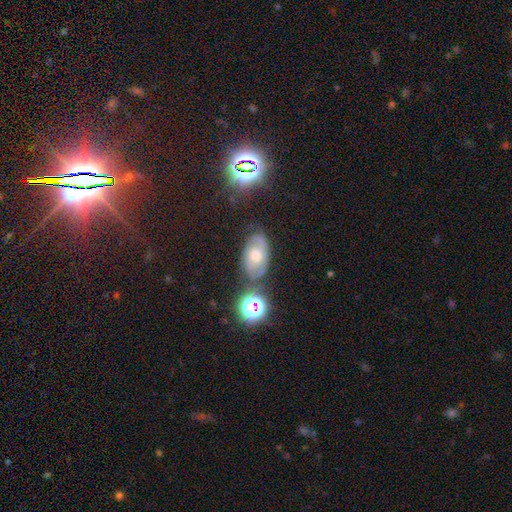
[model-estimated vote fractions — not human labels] A featured or disk galaxy (54%) with no bar (63%), spiral arms (78%) and a moderate central bulge (64%). Merging: none (67%).